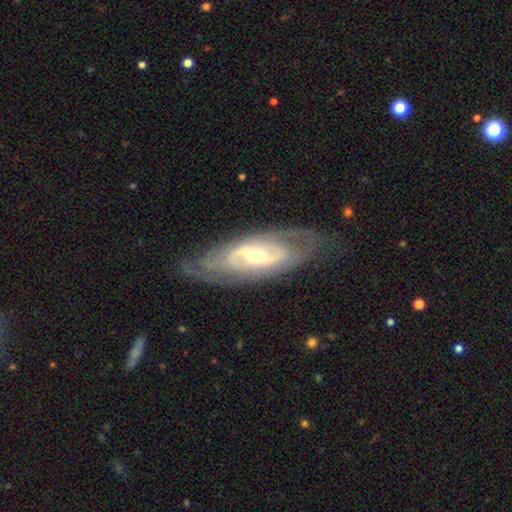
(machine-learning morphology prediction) A featured or disk galaxy (84%) with a weak bar (39%), 2 (55%) tight (52%) spiral arms (86%) and a moderate central bulge (56%).

Vote fractions:
- Smooth or featured? featured or disk: 84% / smooth: 11% / star or artifact: 5%
- Edge-on disk? no: 88% / yes: 12%
- Bar? weak: 39% / strong: 31% / no: 30%
- Spiral arms? yes: 86% / no: 14%
- Spiral winding? tight: 52% / medium: 35% / loose: 14%
- Spiral arm count? 2: 55% / can't tell: 30% / 3: 7% / 4: 3% / 1: 3% / more than 4: 2%
- Bulge size? moderate: 56% / small: 39% / large: 4% / none: 1% / dominant: 1%
- Merging? none: 75% / minor disturbance: 17% / major disturbance: 7% / merger: 1%